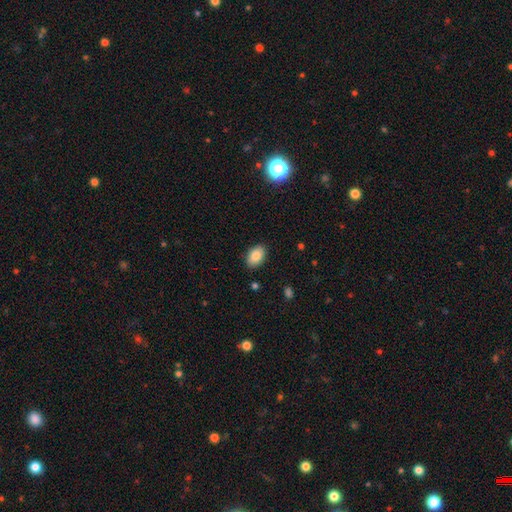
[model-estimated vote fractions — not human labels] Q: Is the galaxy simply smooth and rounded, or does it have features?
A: smooth — 86%.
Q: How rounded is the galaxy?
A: in between — 90%.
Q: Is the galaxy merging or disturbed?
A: none — 88%.